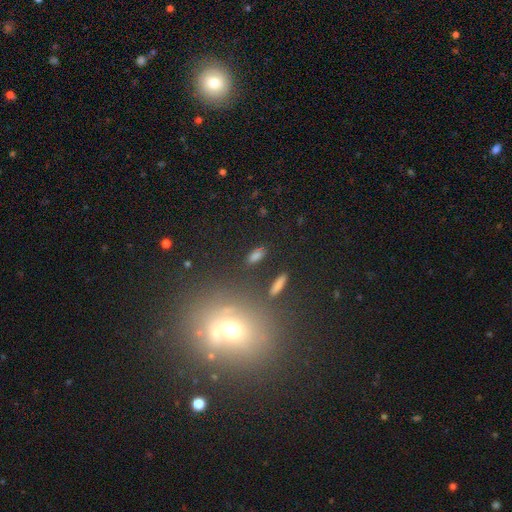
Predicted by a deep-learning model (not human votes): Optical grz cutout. It shows a smooth galaxy with no disk features (71%) that is in between round and cigar-shaped (61%). Merging: none (81%).